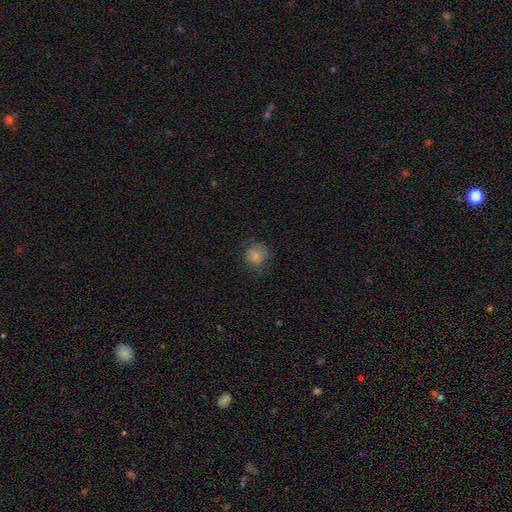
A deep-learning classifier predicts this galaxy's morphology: Smooth or featured? Predicted: smooth (p=0.82). How rounded? Predicted: round (p=0.86). Merging? Predicted: none (p=0.71).